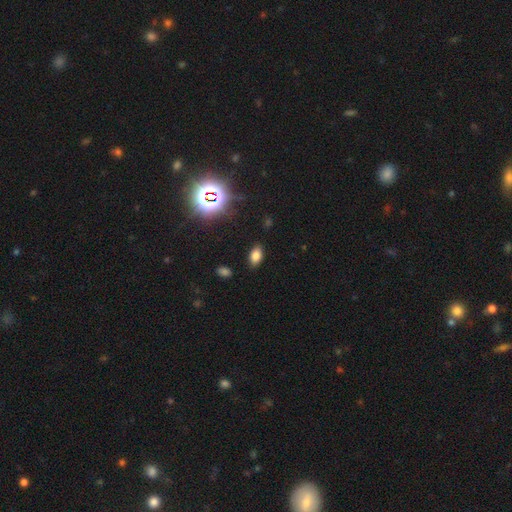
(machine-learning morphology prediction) smooth 77%, star or artifact 16%, featured or disk 7%. Down the decision tree: how rounded — in between (91%); merging — none (86%).